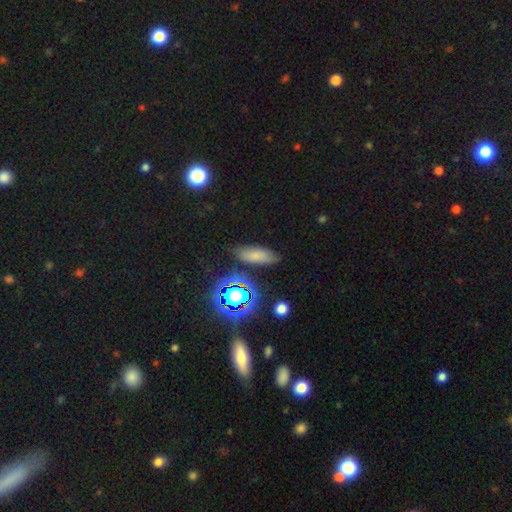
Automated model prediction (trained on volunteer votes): This is likely a smooth galaxy (65%). How rounded: likely in between (72%). Merging: likely none (78%).